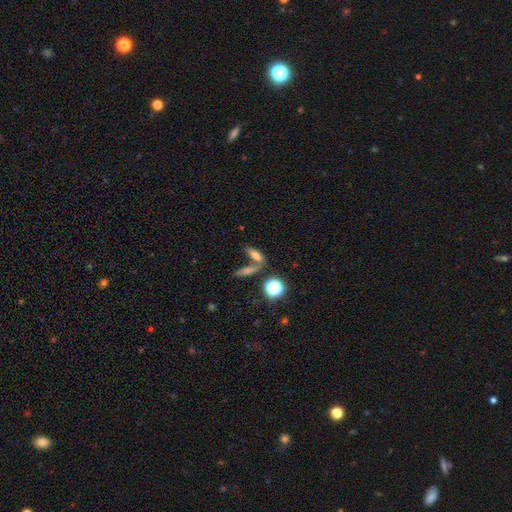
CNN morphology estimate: This is likely a smooth galaxy (69%). How rounded: possibly in between (46%). Merging: possibly none (47%).